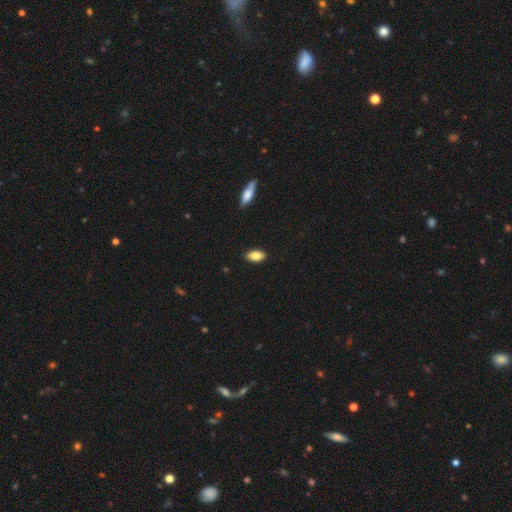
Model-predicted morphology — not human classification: This is clearly a smooth galaxy (83%). How rounded: clearly in between (91%). Merging: clearly none (89%).